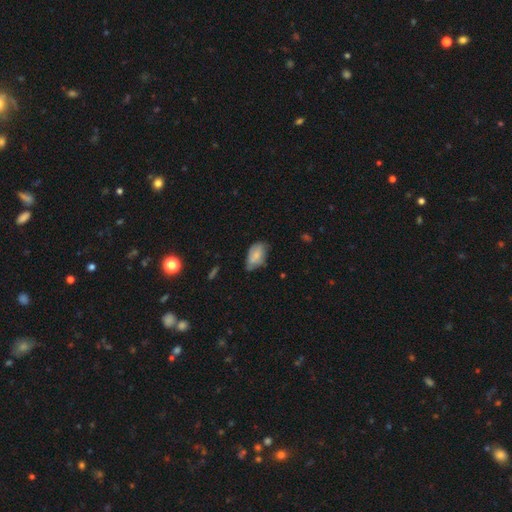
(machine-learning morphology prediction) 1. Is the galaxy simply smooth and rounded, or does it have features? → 73% smooth, 20% featured or disk, 8% star or artifact.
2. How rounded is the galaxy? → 92% in between, 6% round, 2% cigar-shaped.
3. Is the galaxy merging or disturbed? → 47% none, 41% minor disturbance, 9% major disturbance, 3% merger.